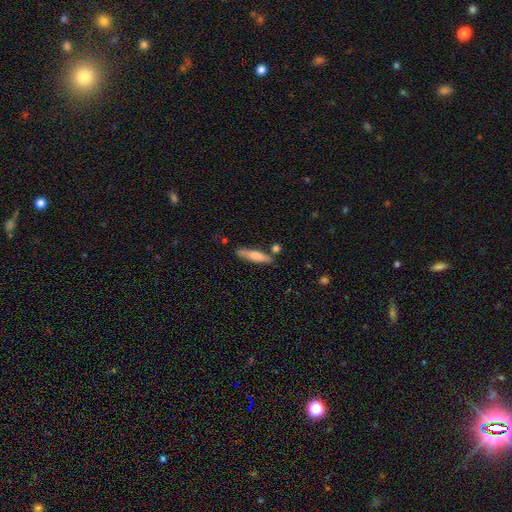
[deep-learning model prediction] A smooth galaxy with no disk features (59%) that is cigar-shaped (87%). Merging: none (78%).